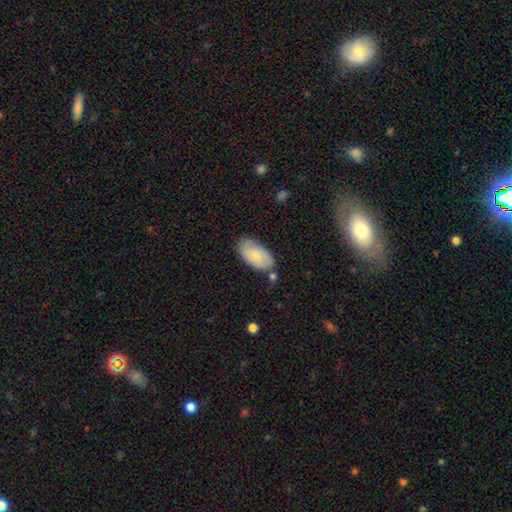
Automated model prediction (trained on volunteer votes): This appears to be a smooth galaxy with no disk features (71%) that is in between round and cigar-shaped (95%). Merging: none (65%).